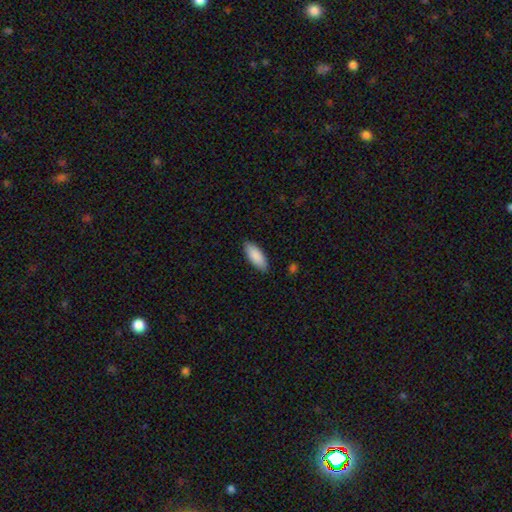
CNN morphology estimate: Overall: smooth (89%). How rounded: in between (79%). Merging: none (87%).